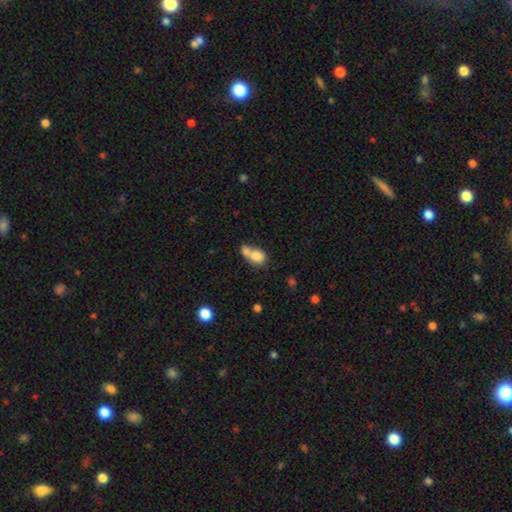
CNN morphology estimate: The model was most divided on "how rounded": in between: 53%, round: 45%, cigar-shaped: 2%. More confident: smooth or featured — smooth (78%); merging — merger (65%).